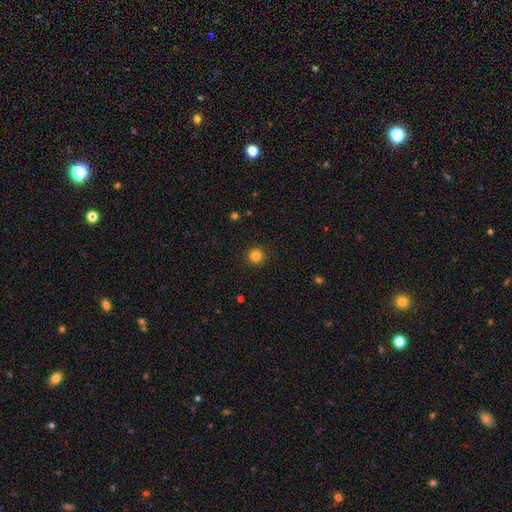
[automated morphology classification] The model was most divided on "smooth or featured": smooth: 83%, star or artifact: 12%, featured or disk: 5%. More confident: how rounded — round (96%); merging — none (93%).